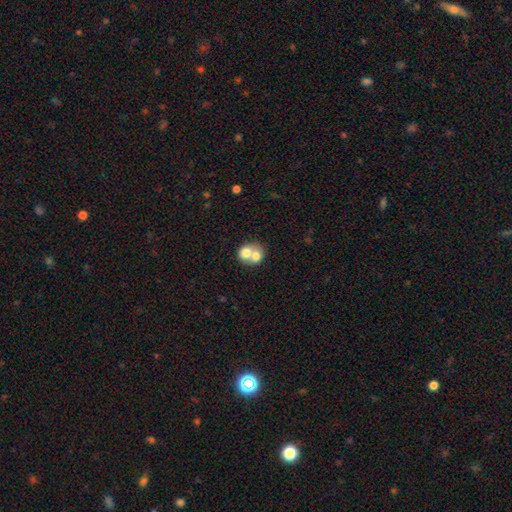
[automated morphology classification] smooth 68%, featured or disk 24%, star or artifact 8%. Down the decision tree: how rounded — round (67%); merging — merger (72%).